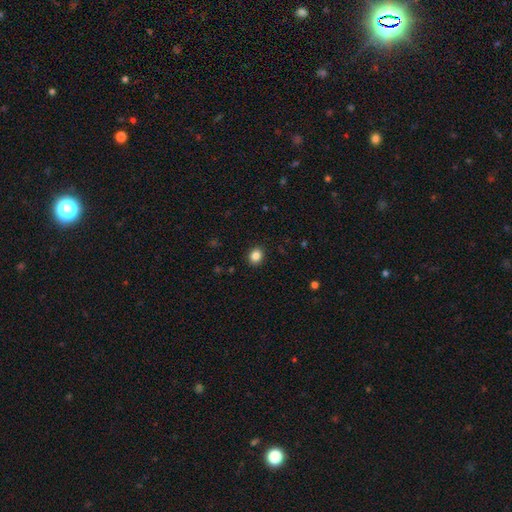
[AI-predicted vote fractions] Morphology: type=smooth (85%); roundness=round (70%); merging=none (91%).